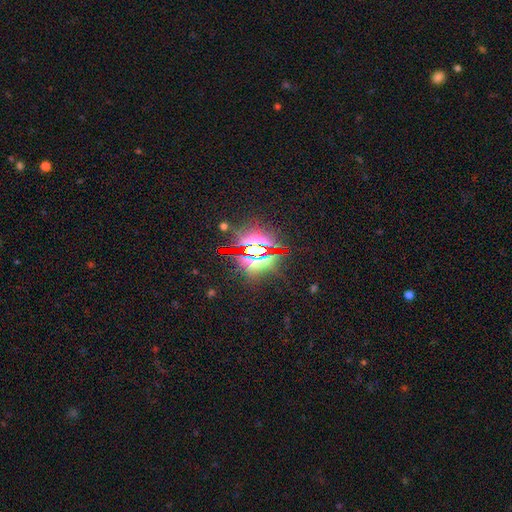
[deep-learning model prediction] Smooth or featured?
  - star or artifact: 78% *
  - smooth: 13%
  - featured or disk: 9%